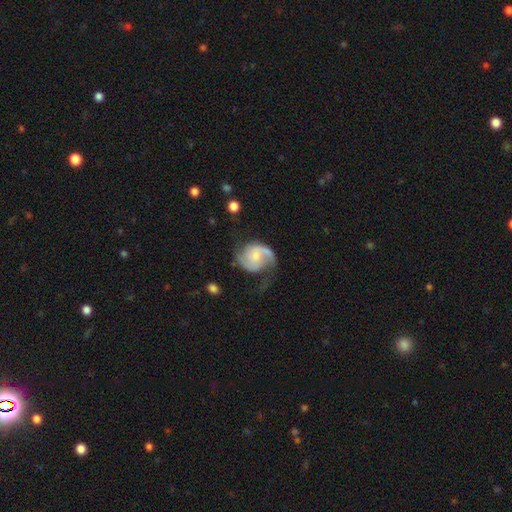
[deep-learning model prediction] Smooth or featured? featured or disk (78%)
Edge-on disk? no (98%)
Bar? no (58%)
Spiral arms? yes (95%)
Spiral winding? medium (46%)
Spiral arm count? 2 (79%)
Bulge size? small (46%)
Merging? none (51%)